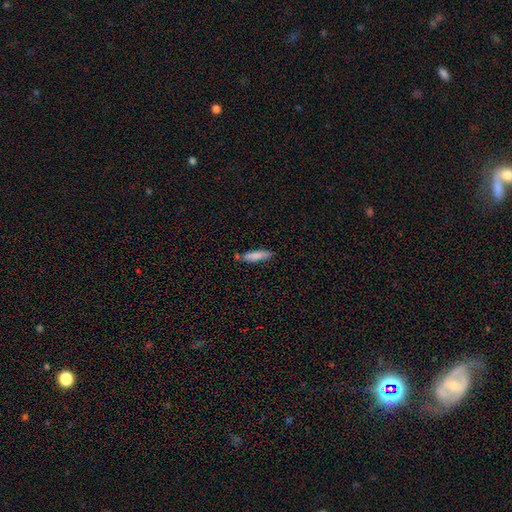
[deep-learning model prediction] Smooth or featured? smooth (83%)
How rounded? cigar-shaped (75%)
Merging? none (71%)